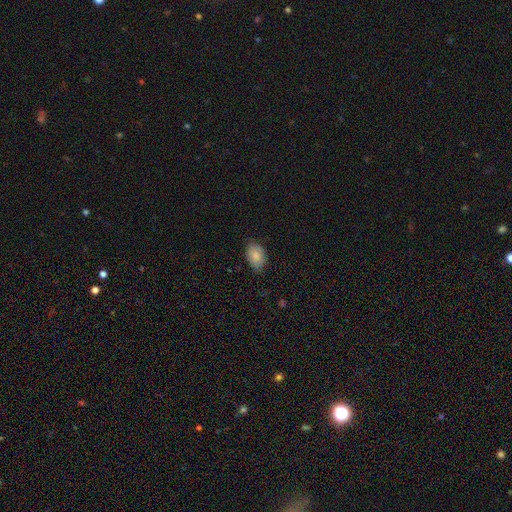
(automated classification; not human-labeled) A smooth galaxy with no disk features (86%) that is in between round and cigar-shaped (87%).

Vote fractions:
- Smooth or featured? smooth: 86% / featured or disk: 7% / star or artifact: 7%
- How rounded? in between: 87% / round: 12% / cigar-shaped: 1%
- Merging? none: 76% / minor disturbance: 20% / major disturbance: 3% / merger: 1%